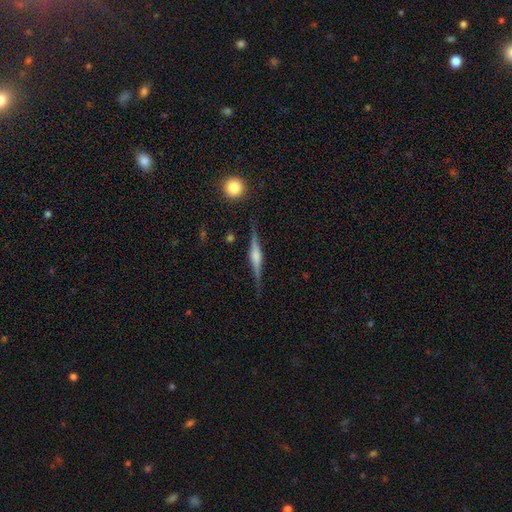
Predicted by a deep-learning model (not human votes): A featured or disk galaxy (81%) viewed edge-on (98%) with a rounded central bulge (76%).

Vote fractions:
- Smooth or featured? featured or disk: 81% / smooth: 13% / star or artifact: 6%
- Edge-on disk? yes: 98% / no: 2%
- Edge-on bulge? rounded: 76% / boxy: 18% / none: 5%
- Merging? none: 88% / minor disturbance: 9% / major disturbance: 2% / merger: 2%